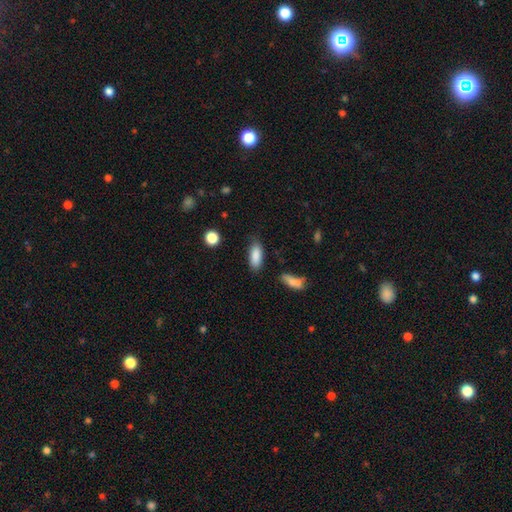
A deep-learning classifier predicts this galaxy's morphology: This is clearly a smooth galaxy (87%). How rounded: likely in between (78%). Merging: likely none (78%).